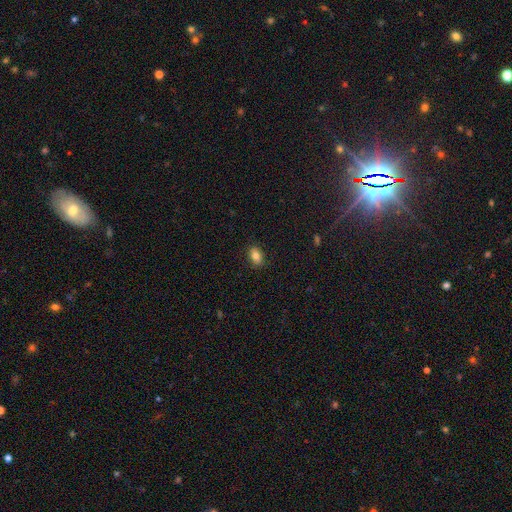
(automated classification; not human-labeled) Smooth or featured: smooth — 81% (featured or disk — 10%)
How rounded: in between — 82% (round — 15%)
Merging: none — 86% (minor disturbance — 11%)